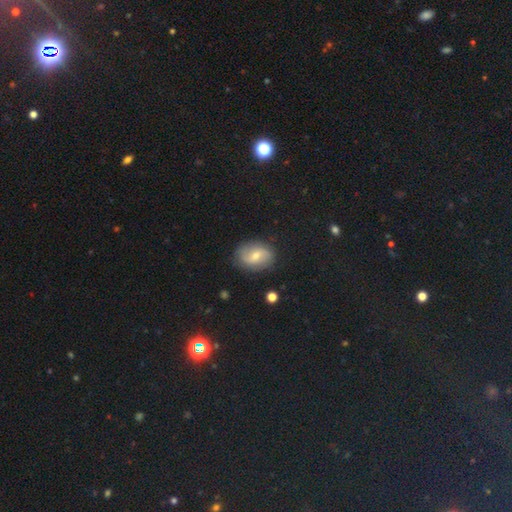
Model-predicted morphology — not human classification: Smooth or featured? Predicted: featured or disk (p=0.60). Edge-on disk? Predicted: no (p=0.96). Bar? Predicted: weak (p=0.50). Spiral arms? Predicted: yes (p=0.84). Bulge size? Predicted: small (p=0.49). Merging? Predicted: none (p=0.82).